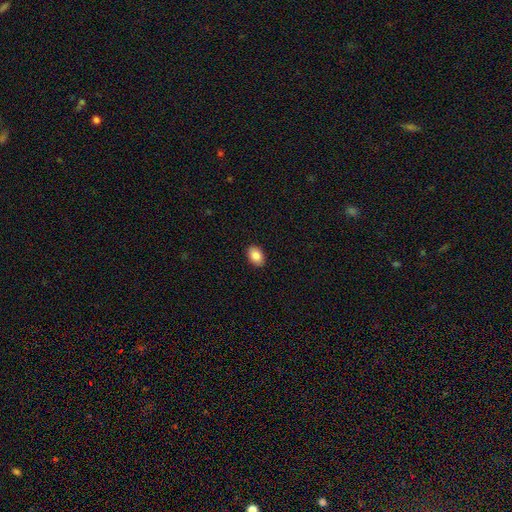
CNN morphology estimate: Smooth or featured? Predicted: smooth (p=0.87). How rounded? Predicted: in between (p=0.86). Merging? Predicted: none (p=0.91).